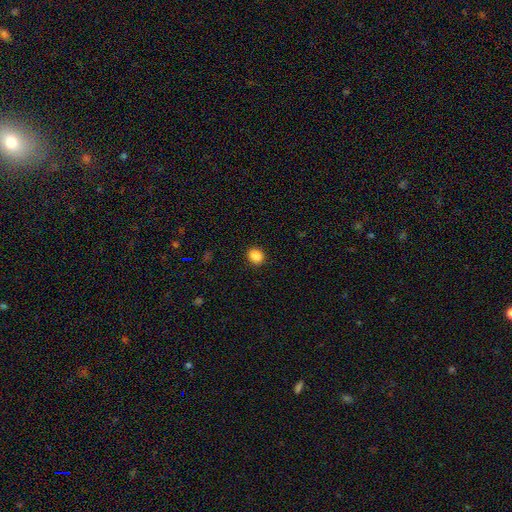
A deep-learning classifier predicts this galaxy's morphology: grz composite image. It shows a smooth galaxy with no disk features (87%) that is round (66%). Merging: none (90%).